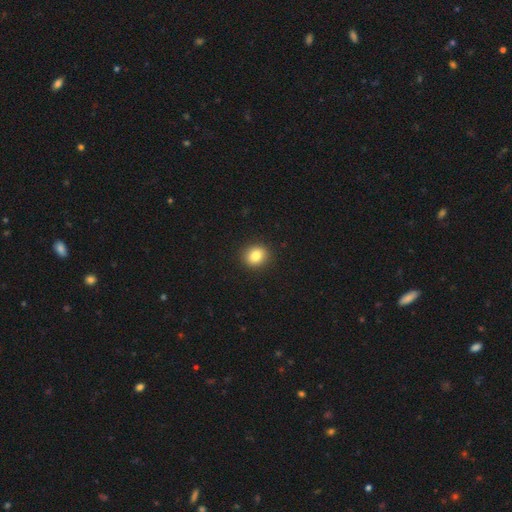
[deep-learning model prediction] This is clearly a smooth galaxy (83%). How rounded: likely round (74%). Merging: clearly none (92%).